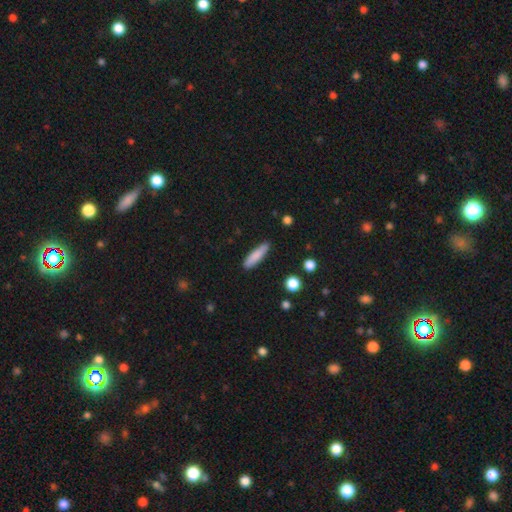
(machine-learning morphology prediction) Overall: smooth (82%). How rounded: cigar-shaped (76%). Merging: none (83%).